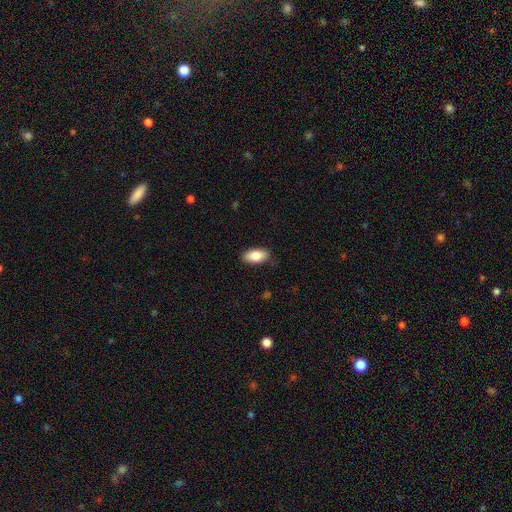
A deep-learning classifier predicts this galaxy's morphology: This appears to be a smooth galaxy with no disk features (84%) that is in between round and cigar-shaped (91%). Merging: none (85%).